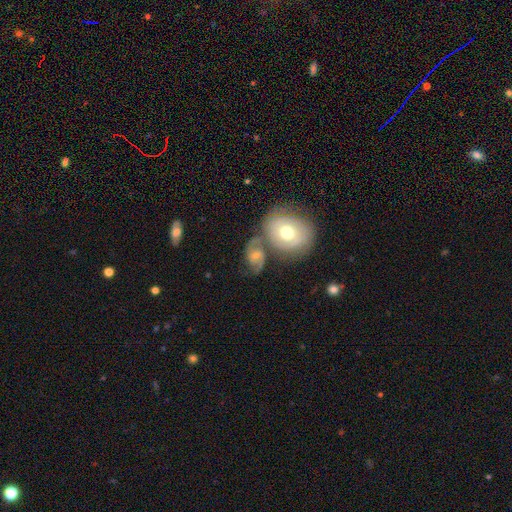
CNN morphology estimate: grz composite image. It shows a featured or disk galaxy (69%) with no bar (54%), 2 (84%) medium (50%) spiral arms (89%) and a moderate central bulge (52%). Merging: none (41%).